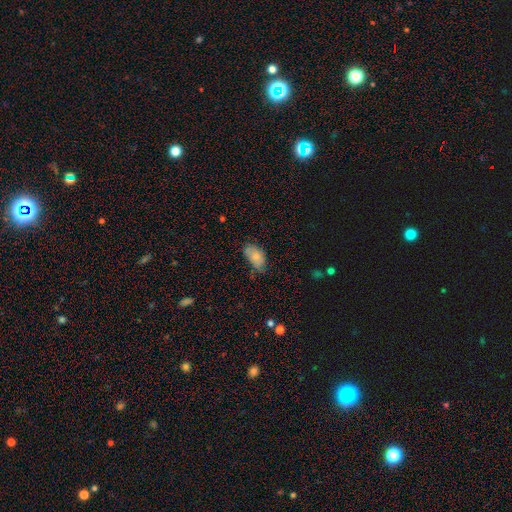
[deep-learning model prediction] This appears to be a smooth galaxy with no disk features (78%) that is in between round and cigar-shaped (93%). Merging: none (54%).